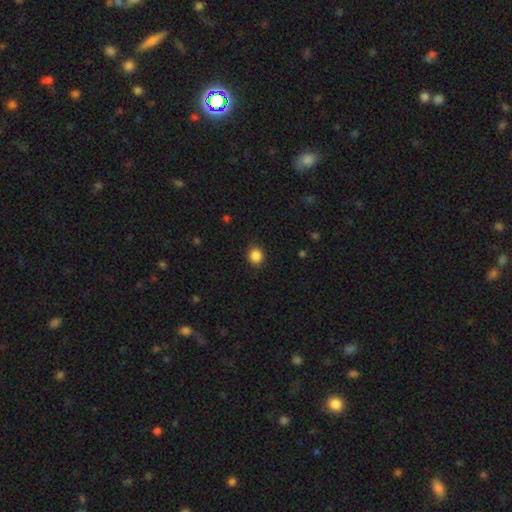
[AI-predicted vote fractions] The model was most divided on "how rounded": round: 80%, in between: 19%, cigar-shaped: 1%. More confident: merging — none (89%); smooth or featured — smooth (87%).